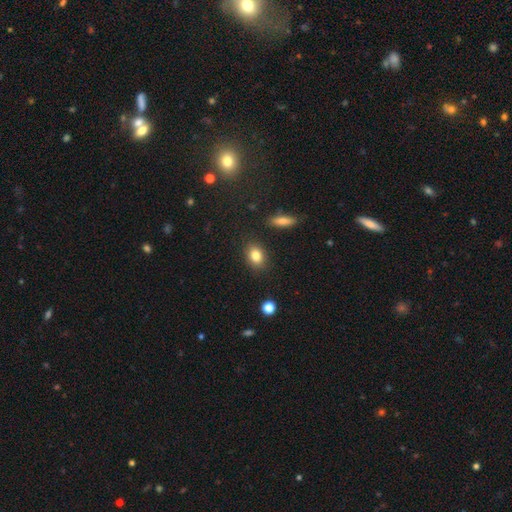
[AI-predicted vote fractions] This appears to be a smooth galaxy with no disk features (83%) that is in between round and cigar-shaped (68%). Merging: none (87%).